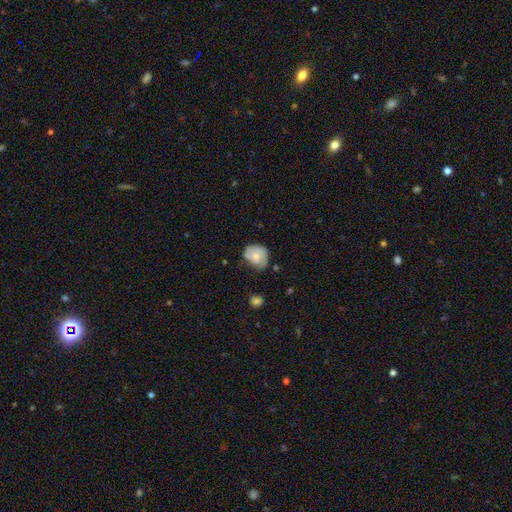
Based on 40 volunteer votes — smooth 48%, featured or disk 42%, star or artifact 10%. Down the decision tree: how rounded — in between (68%); merging — minor disturbance (39%).